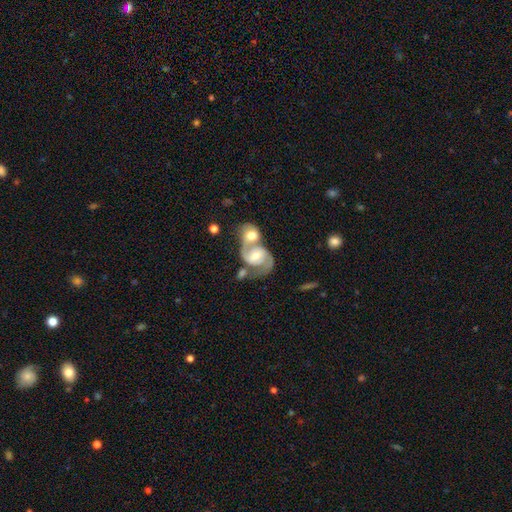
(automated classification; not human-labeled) The model was most divided on "bar": no: 51%, weak: 37%, strong: 12%. More confident: edge-on disk — no (98%); spiral arms — yes (95%); spiral arm count — 2 (86%); smooth or featured — featured or disk (84%); merging — merger (66%); bulge size — moderate (64%); spiral winding — medium (52%).